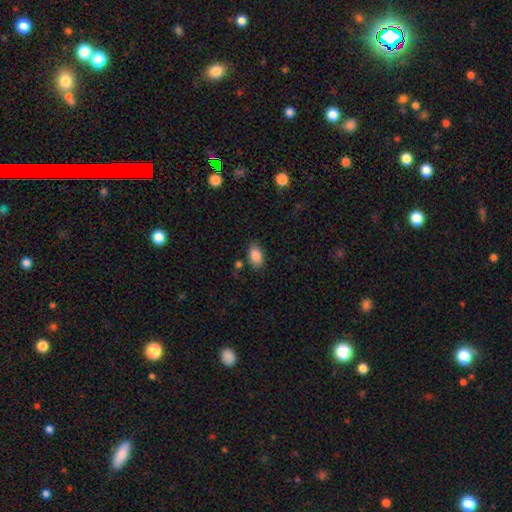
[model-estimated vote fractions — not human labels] Smooth or featured? Predicted: smooth (p=0.87). How rounded? Predicted: in between (p=0.90). Merging? Predicted: none (p=0.81).